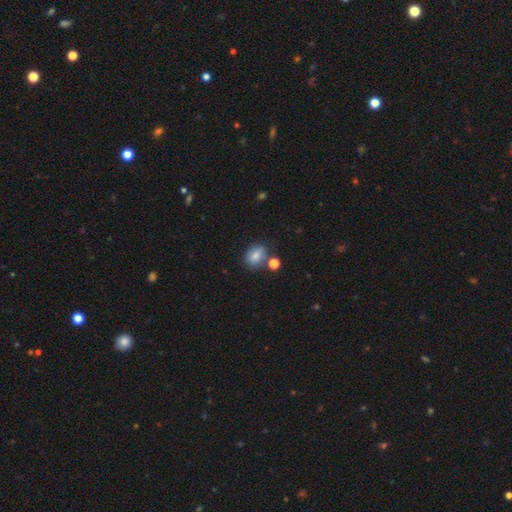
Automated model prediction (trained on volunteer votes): Smooth or featured?
  - smooth: 81% *
  - star or artifact: 10%
  - featured or disk: 9%
How rounded?
  - in between: 62% *
  - round: 37%
  - cigar-shaped: 1%
Merging?
  - none: 66% *
  - minor disturbance: 16%
  - merger: 13%
  - major disturbance: 5%